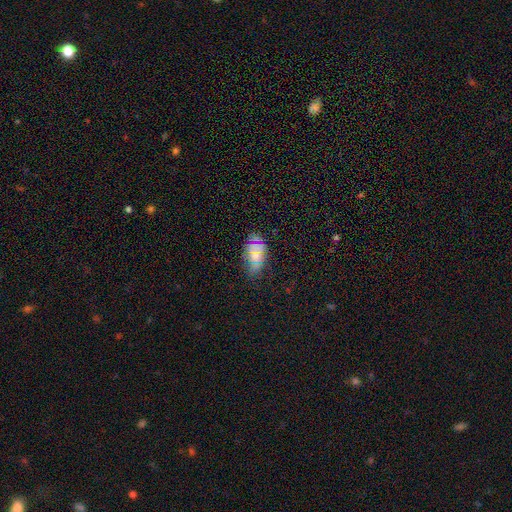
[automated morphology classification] A smooth galaxy with no disk features (63%) that is in between round and cigar-shaped (89%). Merging: none (76%).